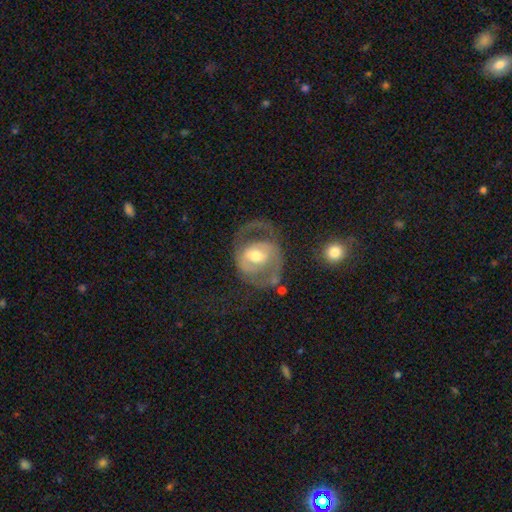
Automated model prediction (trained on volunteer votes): Smooth or featured? Predicted: featured or disk (p=0.74). Edge-on disk? Predicted: no (p=0.97). Bar? Predicted: no (p=0.43). Spiral arms? Predicted: yes (p=0.76). Spiral winding? Predicted: medium (p=0.46). Spiral arm count? Predicted: 2 (p=0.71). Bulge size? Predicted: moderate (p=0.69). Merging? Predicted: none (p=0.45).